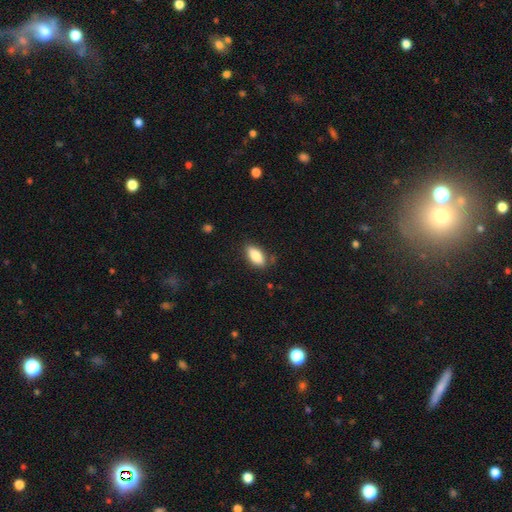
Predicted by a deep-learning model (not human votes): smooth-or-featured: smooth: 85% | featured or disk: 9% | star or artifact: 7%
  how-rounded: in between: 86% | cigar-shaped: 11% | round: 3%
  merging: none: 81% | minor disturbance: 15% | major disturbance: 3% | merger: 2%